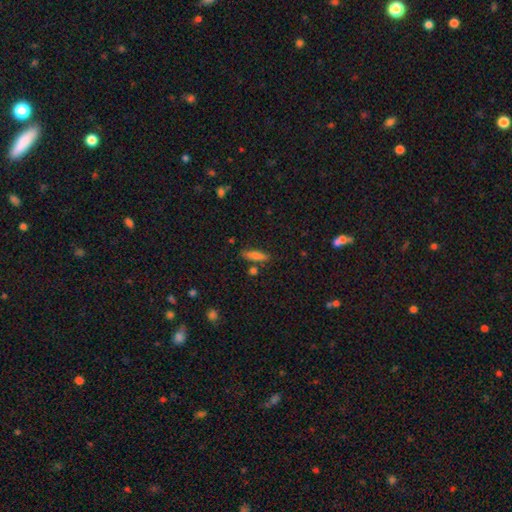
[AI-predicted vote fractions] Smooth or featured? Predicted: smooth (p=0.78). How rounded? Predicted: cigar-shaped (p=0.67). Merging? Predicted: none (p=0.76).